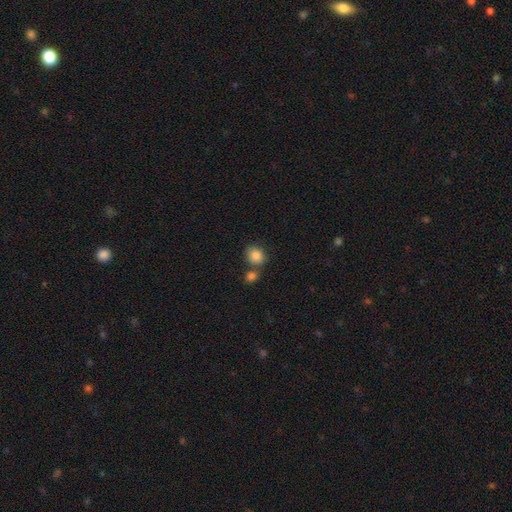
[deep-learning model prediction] smooth-or-featured: smooth: 87% | star or artifact: 9% | featured or disk: 5%
  how-rounded: round: 67% | in between: 32% | cigar-shaped: 1%
  merging: none: 59% | merger: 27% | minor disturbance: 11% | major disturbance: 4%